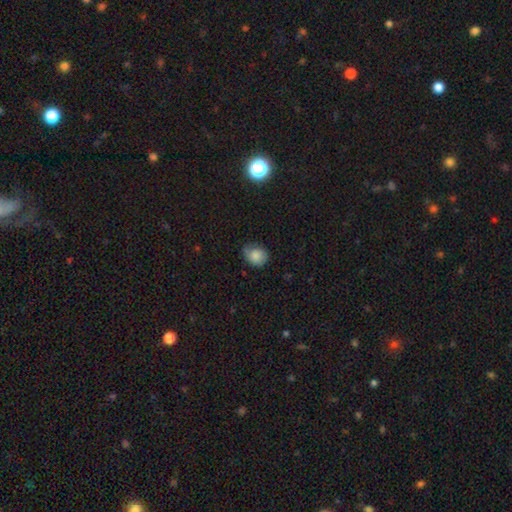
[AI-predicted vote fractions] Smooth or featured? smooth (80%)
How rounded? round (57%)
Merging? none (59%)